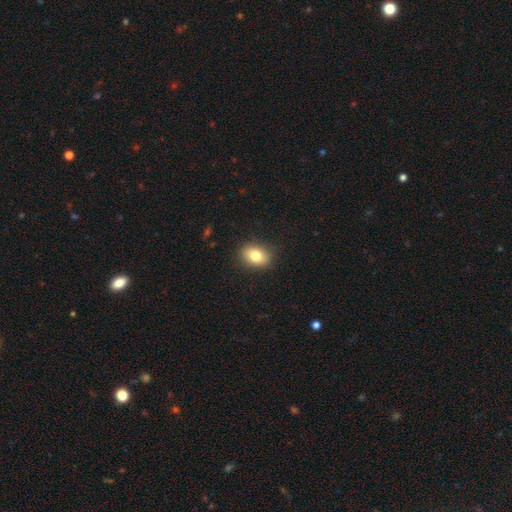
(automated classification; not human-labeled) Smooth or featured?
  - smooth: 82% *
  - featured or disk: 9%
  - star or artifact: 9%
How rounded?
  - in between: 76% *
  - round: 23%
  - cigar-shaped: 1%
Merging?
  - none: 88% *
  - minor disturbance: 9%
  - major disturbance: 2%
  - merger: 1%